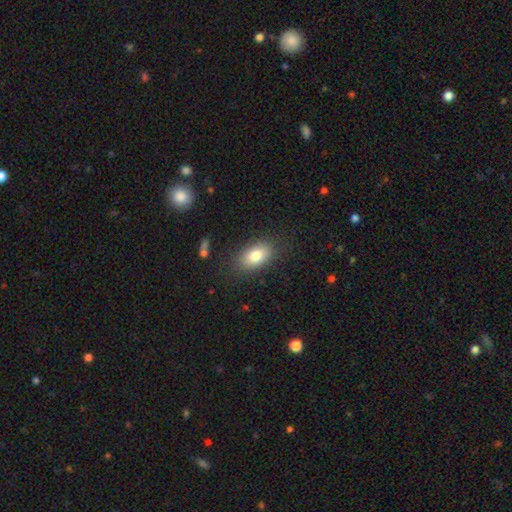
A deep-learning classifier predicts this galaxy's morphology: smooth 80%, featured or disk 12%, star or artifact 9%. Down the decision tree: how rounded — in between (88%); merging — none (83%).